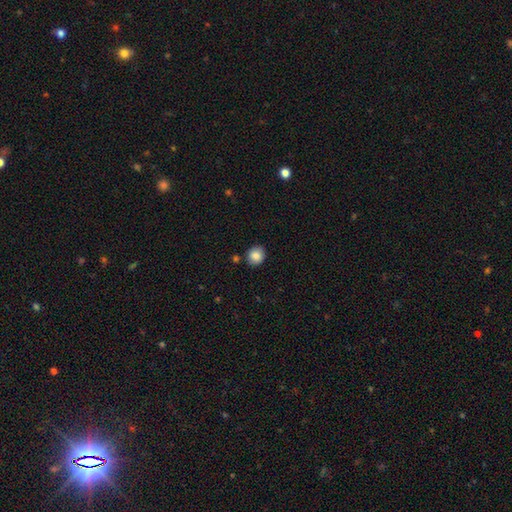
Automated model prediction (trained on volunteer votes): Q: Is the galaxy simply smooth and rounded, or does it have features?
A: smooth — 86%.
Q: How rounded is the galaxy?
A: round — 75%.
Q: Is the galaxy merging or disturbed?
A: none — 85%.